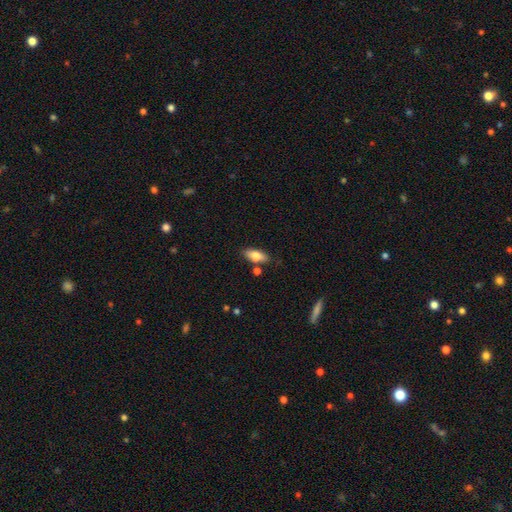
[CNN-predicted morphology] A smooth galaxy with no disk features (75%) that is in between round and cigar-shaped (79%). Merging: none (78%).